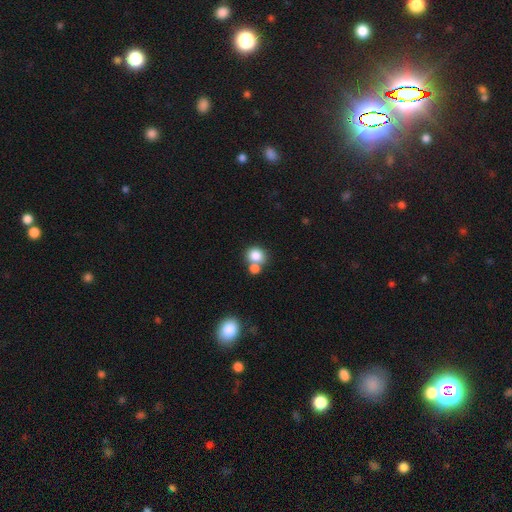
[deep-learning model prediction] smooth-or-featured: smooth: 82% | star or artifact: 10% | featured or disk: 8%
  how-rounded: round: 79% | in between: 20% | cigar-shaped: 1%
  merging: none: 48% | merger: 41% | minor disturbance: 8% | major disturbance: 3%